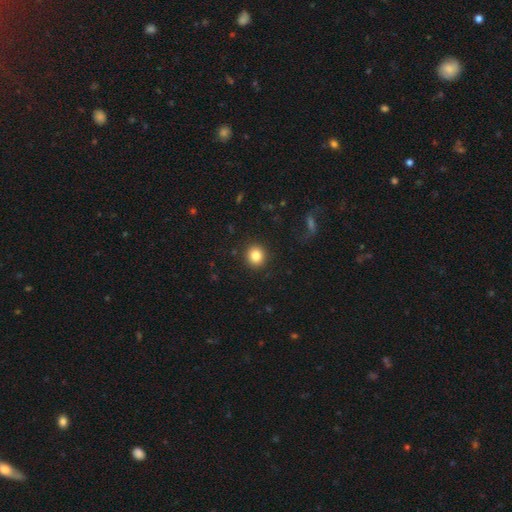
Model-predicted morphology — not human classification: Smooth or featured: smooth — 84% (star or artifact — 10%)
How rounded: round — 88% (in between — 11%)
Merging: none — 91% (minor disturbance — 6%)